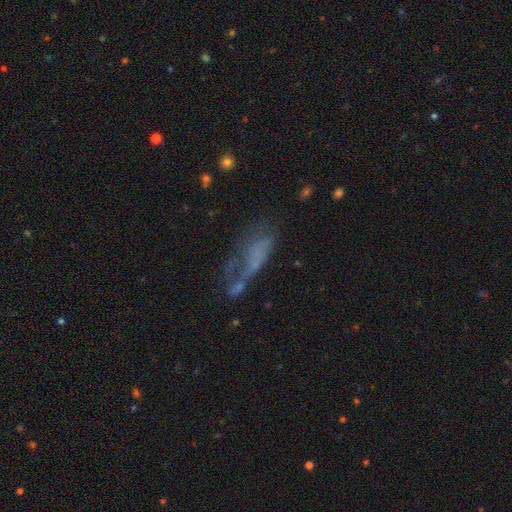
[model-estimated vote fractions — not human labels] featured or disk 41% (tied), smooth 41% (tied), star or artifact 18%. Down the decision tree: merging — major disturbance (40%).